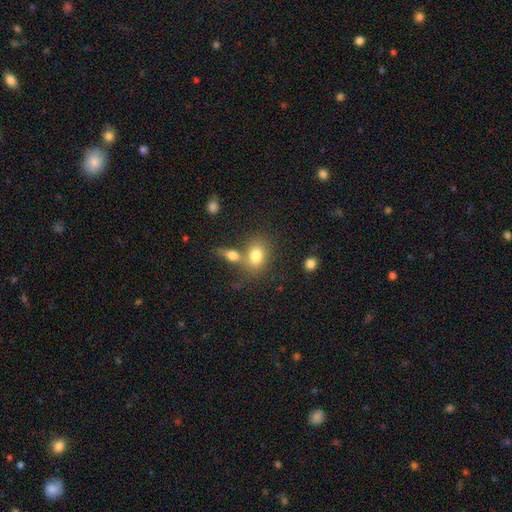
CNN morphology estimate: smooth-or-featured: smooth: 79% | featured or disk: 12% | star or artifact: 9%
  how-rounded: in between: 68% | round: 30% | cigar-shaped: 2%
  merging: none: 50% | merger: 35% | minor disturbance: 11% | major disturbance: 5%